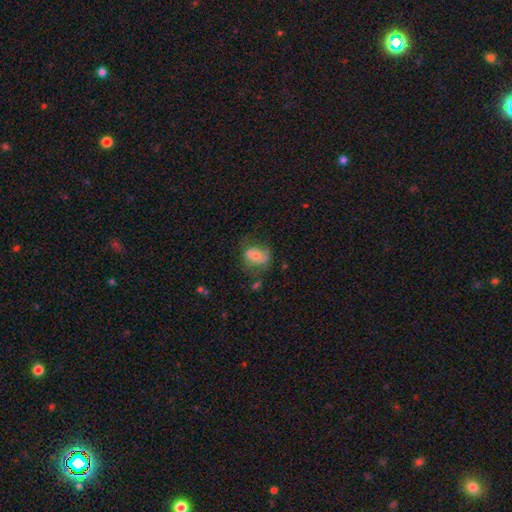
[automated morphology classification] Smooth or featured? Predicted: smooth (p=0.62). How rounded? Predicted: in between (p=0.57). Merging? Predicted: none (p=0.50).